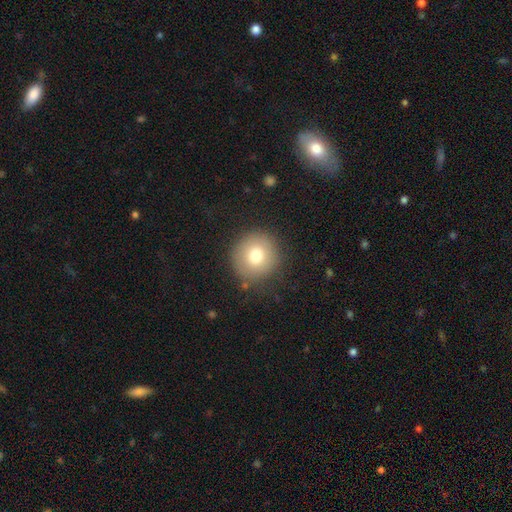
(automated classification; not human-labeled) Smooth or featured?
  - smooth: 75% *
  - featured or disk: 14%
  - star or artifact: 10%
How rounded?
  - round: 94% *
  - in between: 5%
  - cigar-shaped: 1%
Merging?
  - none: 85% *
  - minor disturbance: 10%
  - major disturbance: 4%
  - merger: 2%